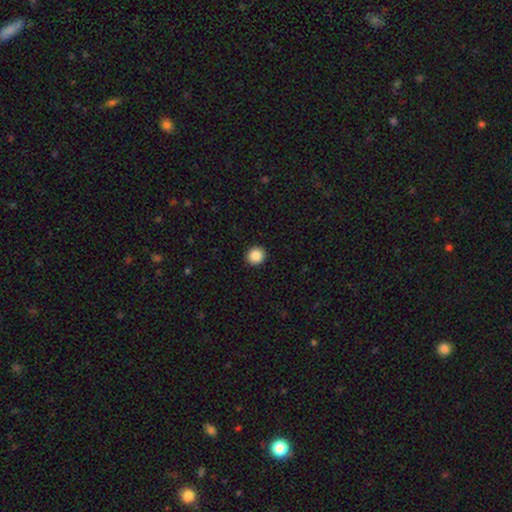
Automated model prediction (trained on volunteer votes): Smooth or featured: smooth — 88% (star or artifact — 9%)
How rounded: round — 89% (in between — 10%)
Merging: none — 93% (minor disturbance — 5%)